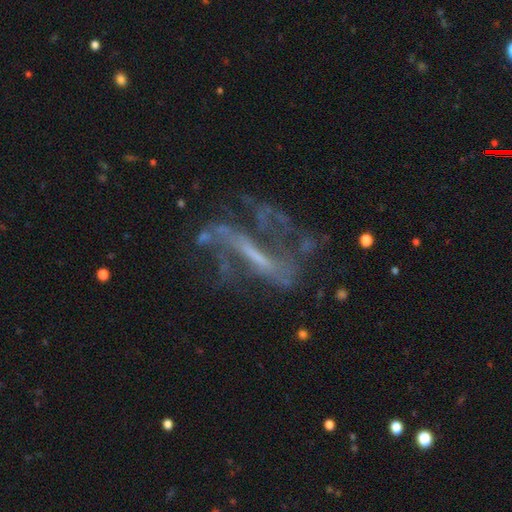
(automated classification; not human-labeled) A featured or disk galaxy (75%) with a strong bar (51%), spiral arms (60%) and no central bulge (47%).

Vote fractions:
- Smooth or featured? featured or disk: 75% / star or artifact: 14% / smooth: 11%
- Edge-on disk? no: 78% / yes: 22%
- Bar? strong: 51% / weak: 27% / no: 22%
- Spiral arms? yes: 60% / no: 40%
- Bulge size? none: 47% / small: 32% / moderate: 17% / large: 3% / dominant: 1%
- Merging? none: 43% / major disturbance: 33% / minor disturbance: 17% / merger: 7%